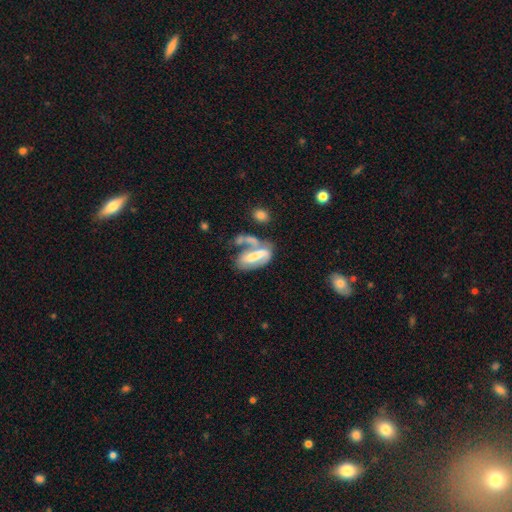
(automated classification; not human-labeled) smooth_or_featured: featured or disk (p=0.48) [alt: smooth p=0.43]
merging: merger (p=0.33) [alt: major disturbance p=0.27]